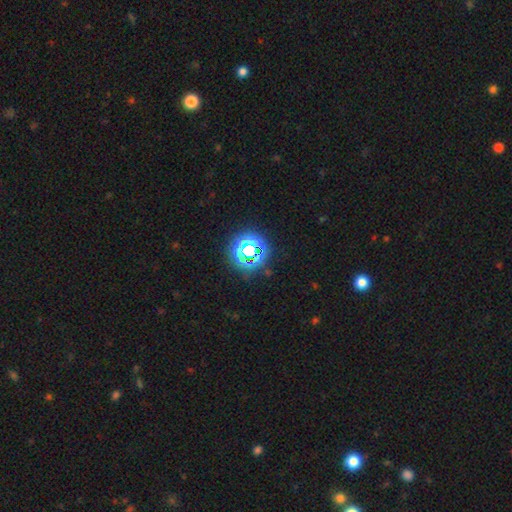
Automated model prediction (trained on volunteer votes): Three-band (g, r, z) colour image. It shows a star or artifact, not a galaxy (60%).